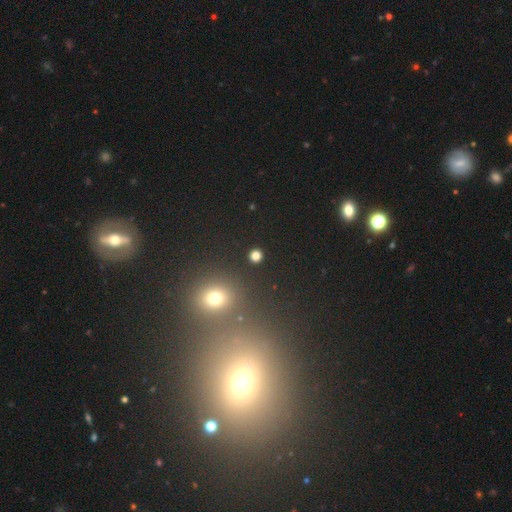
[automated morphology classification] Smooth or featured: smooth — 78% (star or artifact — 18%)
How rounded: round — 90% (in between — 9%)
Merging: none — 91% (minor disturbance — 5%)